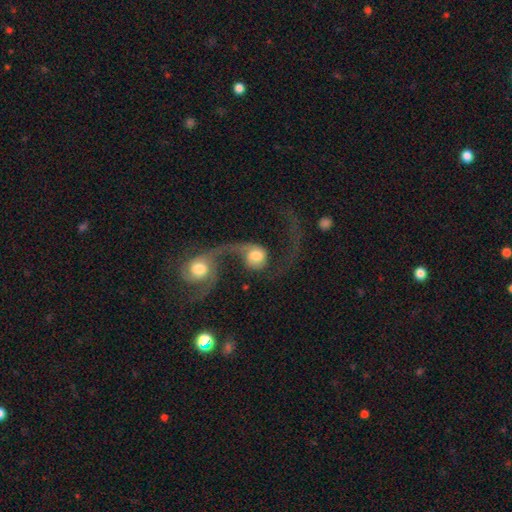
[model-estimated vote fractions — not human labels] Morphology: type=featured or disk (65%); edge-on=no (96%); bar=no (70%); spiral arms=yes (83%); winding=loose (79%); arm count=2 (73%); bulge=moderate (45%); merging=merger (65%).